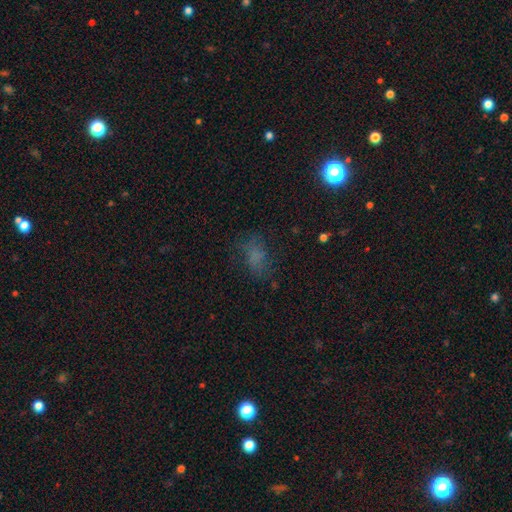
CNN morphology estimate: The model was most divided on "smooth or featured": smooth: 57%, star or artifact: 25%, featured or disk: 17%. More confident: how rounded — in between (76%); merging — none (61%).